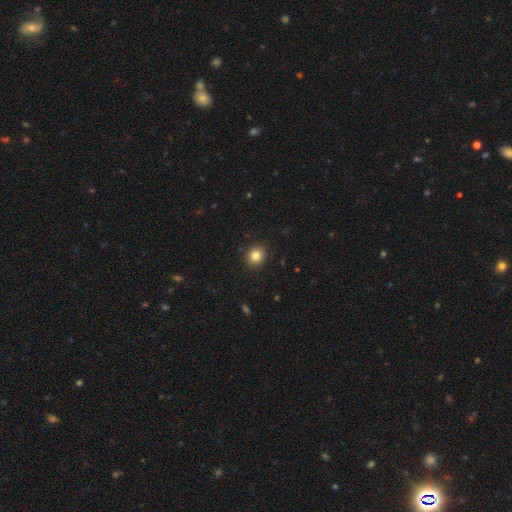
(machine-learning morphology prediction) A smooth galaxy with no disk features (83%) that is round (77%).

Vote fractions:
- Smooth or featured? smooth: 83% / star or artifact: 11% / featured or disk: 6%
- How rounded? round: 77% / in between: 23% / cigar-shaped: 1%
- Merging? none: 91% / minor disturbance: 6% / major disturbance: 2% / merger: 1%